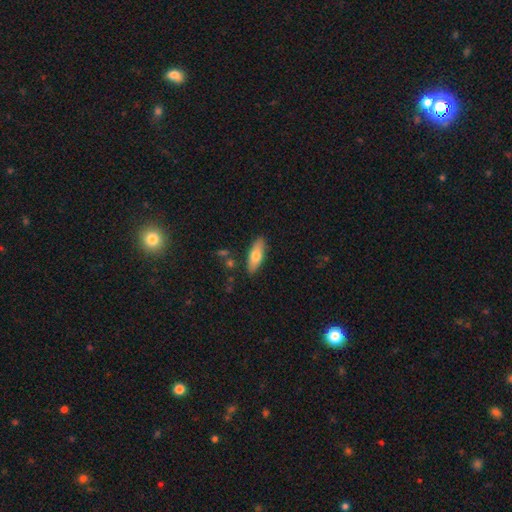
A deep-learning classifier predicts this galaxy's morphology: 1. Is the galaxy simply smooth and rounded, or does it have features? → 69% smooth, 24% featured or disk, 6% star or artifact.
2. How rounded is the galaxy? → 66% in between, 32% cigar-shaped, 3% round.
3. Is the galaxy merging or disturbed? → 86% none, 10% minor disturbance, 2% merger, 2% major disturbance.